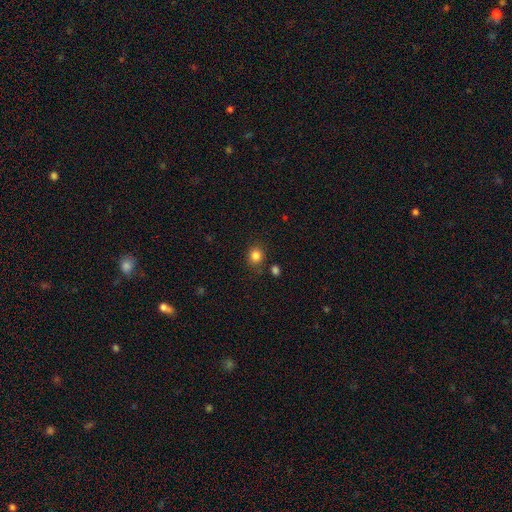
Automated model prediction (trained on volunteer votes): Overall: smooth (84%). How rounded: round (82%). Merging: none (82%).